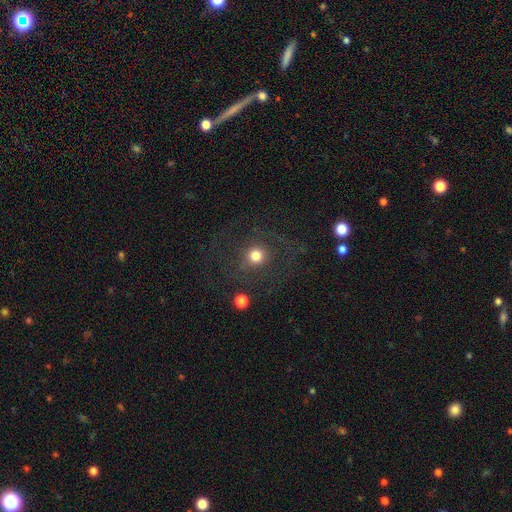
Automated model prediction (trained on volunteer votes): A smooth galaxy with no disk features (65%) that is round (89%). Merging: none (72%).